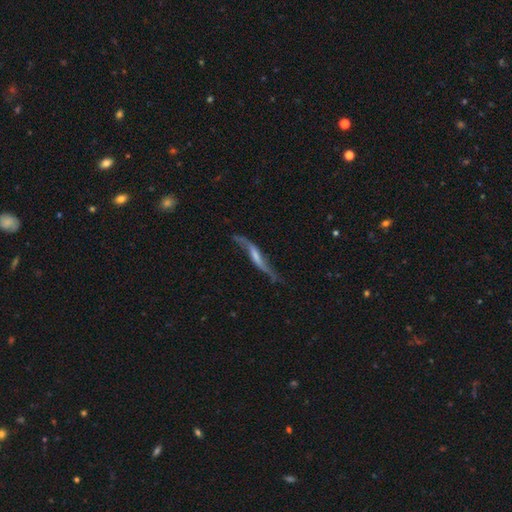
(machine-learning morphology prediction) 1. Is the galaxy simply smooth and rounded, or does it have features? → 78% featured or disk, 15% smooth, 7% star or artifact.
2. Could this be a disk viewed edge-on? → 52% no, 48% yes.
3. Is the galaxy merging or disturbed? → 60% none, 24% minor disturbance, 13% major disturbance, 4% merger.